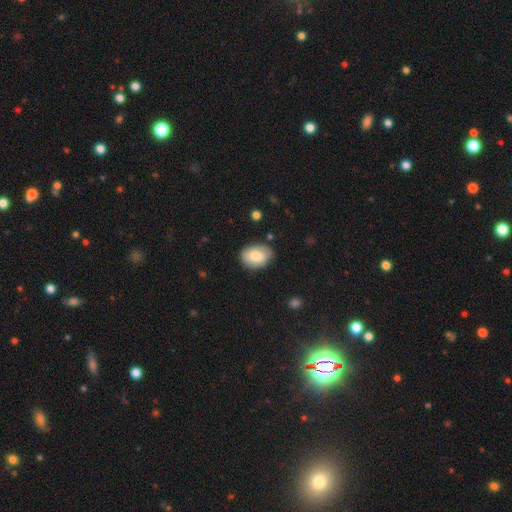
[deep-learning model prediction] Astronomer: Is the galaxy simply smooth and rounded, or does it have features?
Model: smooth — 69%.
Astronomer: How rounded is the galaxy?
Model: in between — 75%.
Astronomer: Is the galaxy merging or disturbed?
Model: none — 78%.